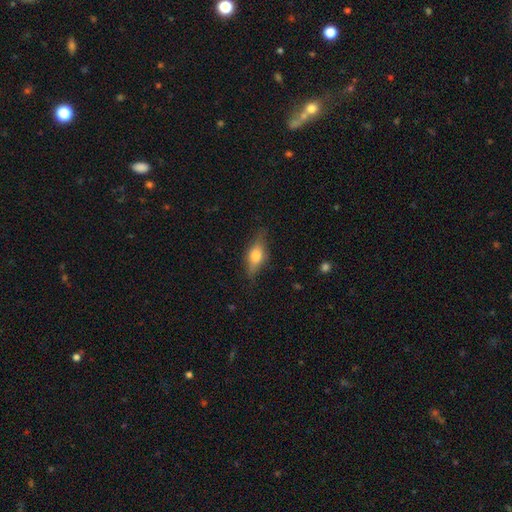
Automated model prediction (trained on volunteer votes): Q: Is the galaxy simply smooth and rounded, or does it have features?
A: smooth — 58%.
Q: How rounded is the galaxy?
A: in between — 71%.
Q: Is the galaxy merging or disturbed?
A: none — 75%.